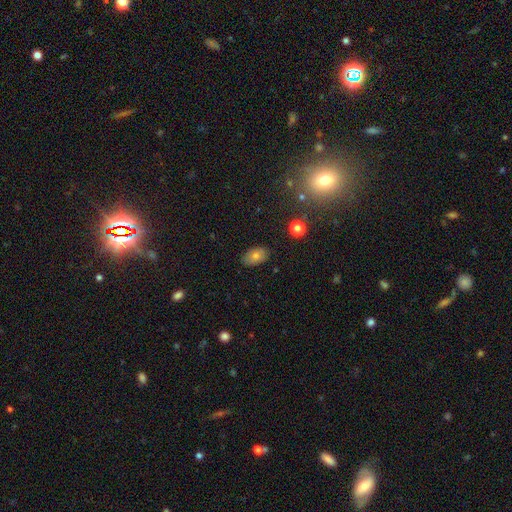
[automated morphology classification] smooth-or-featured: smooth: 74% | featured or disk: 15% | star or artifact: 12%
  how-rounded: in between: 87% | round: 11% | cigar-shaped: 1%
  merging: none: 84% | minor disturbance: 12% | major disturbance: 3% | merger: 1%